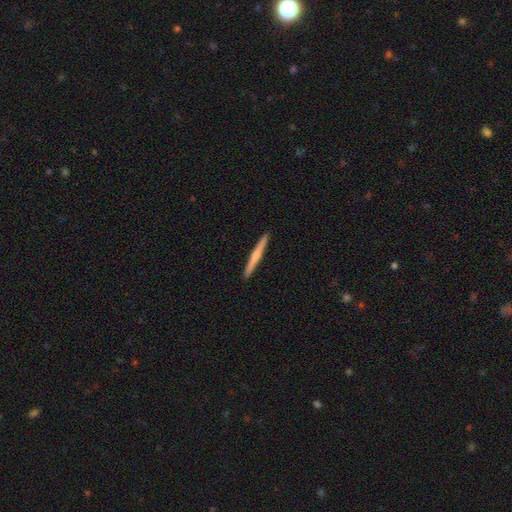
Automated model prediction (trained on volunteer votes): A featured or disk galaxy (51%) viewed edge-on (98%) with a rounded central bulge (64%). Merging: none (93%).